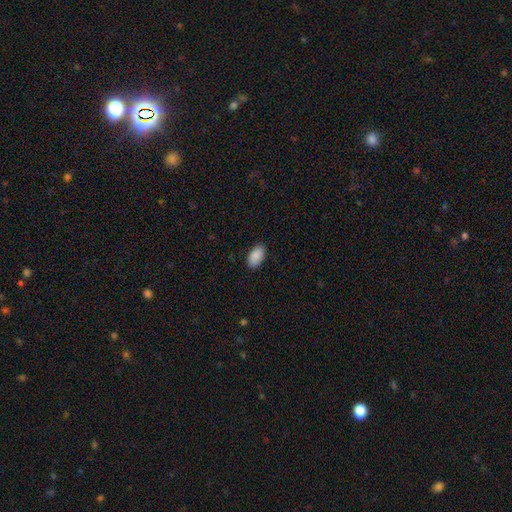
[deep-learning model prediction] This appears to be a smooth galaxy with no disk features (90%) that is in between round and cigar-shaped (95%). Merging: none (87%).